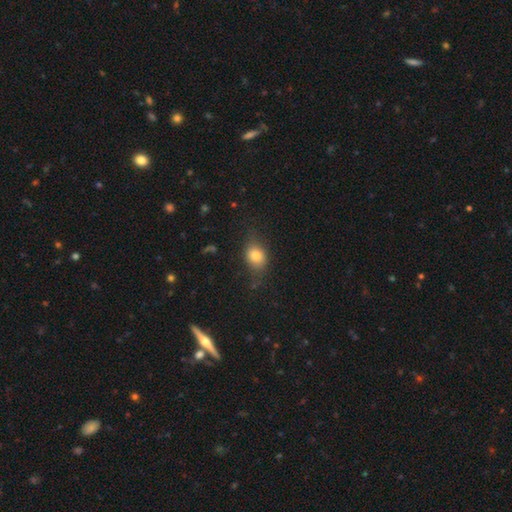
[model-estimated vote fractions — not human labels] smooth-or-featured: smooth: 77% | featured or disk: 12% | star or artifact: 11%
  how-rounded: in between: 58% | round: 40% | cigar-shaped: 2%
  merging: none: 70% | minor disturbance: 22% | major disturbance: 7% | merger: 2%